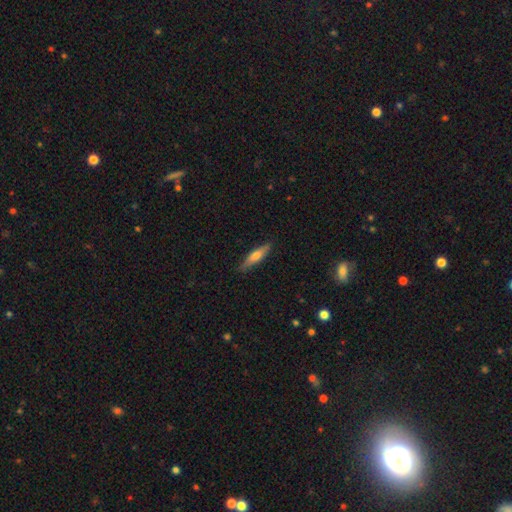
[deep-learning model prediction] Q: Smooth or featured?
A: smooth (55%); runner-up: featured or disk (39%)
Q: How rounded?
A: cigar-shaped (80%); runner-up: in between (18%)
Q: Merging?
A: none (88%); runner-up: minor disturbance (9%)